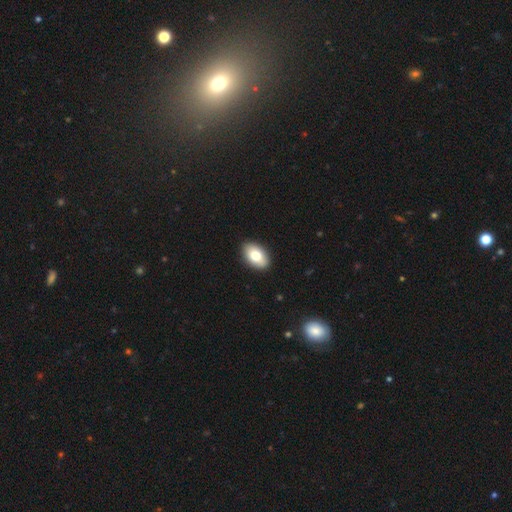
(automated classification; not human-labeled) Smooth or featured? Predicted: smooth (p=0.78). How rounded? Predicted: in between (p=0.92). Merging? Predicted: none (p=0.90).